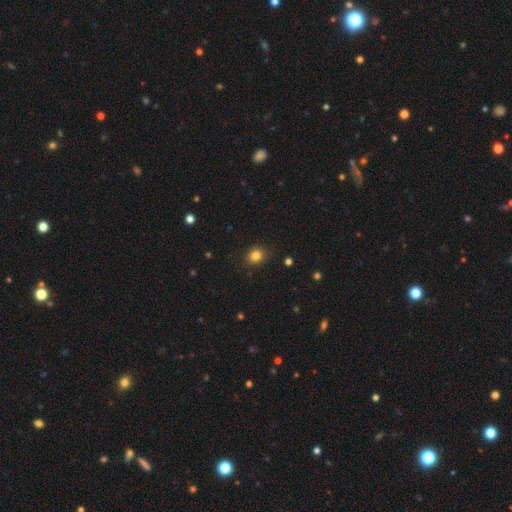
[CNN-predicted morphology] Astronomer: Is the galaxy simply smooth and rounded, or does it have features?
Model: smooth — 83%.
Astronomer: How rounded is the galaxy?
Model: round — 73%.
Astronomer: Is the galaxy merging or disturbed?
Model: none — 87%.